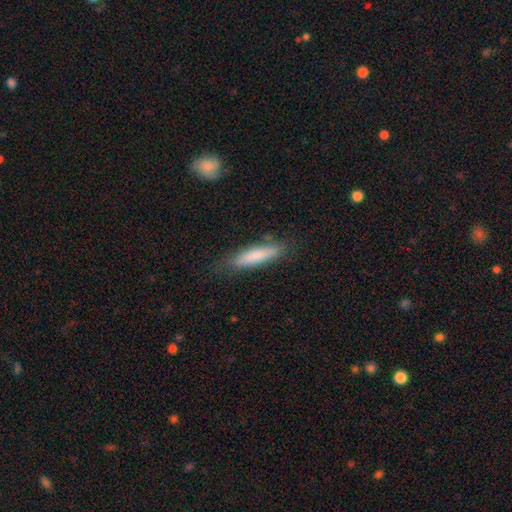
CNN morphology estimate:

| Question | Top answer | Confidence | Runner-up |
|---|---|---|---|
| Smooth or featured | smooth | 79% | featured or disk (15%) |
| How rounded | cigar-shaped | 78% | in between (21%) |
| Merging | none | 79% | minor disturbance (15%) |